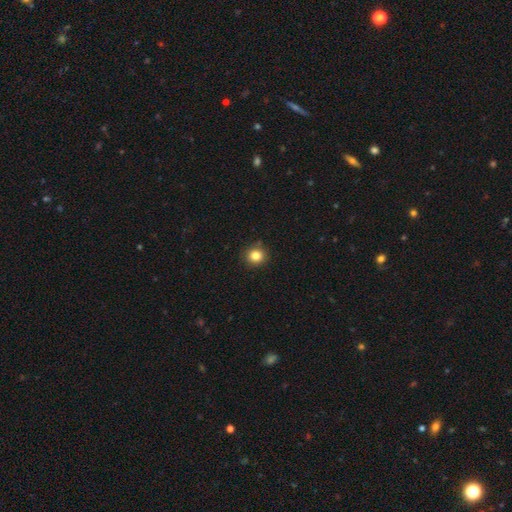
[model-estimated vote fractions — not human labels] smooth-or-featured: smooth: 83% | star or artifact: 11% | featured or disk: 5%
  how-rounded: round: 89% | in between: 10% | cigar-shaped: 1%
  merging: none: 88% | minor disturbance: 9% | major disturbance: 2% | merger: 1%